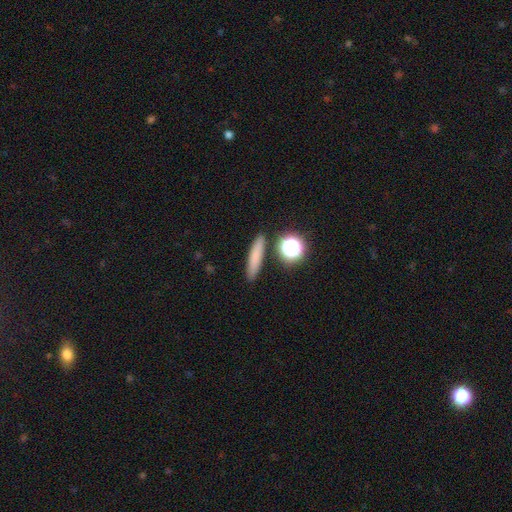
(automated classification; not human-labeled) This appears to be a smooth galaxy with no disk features (76%) that is cigar-shaped (79%). Merging: none (86%).